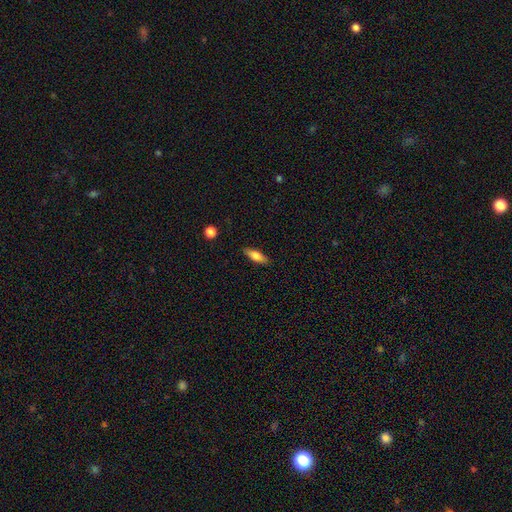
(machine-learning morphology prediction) Overall: smooth (73%). How rounded: in between (59%; cigar-shaped 39%). Merging: none (86%).